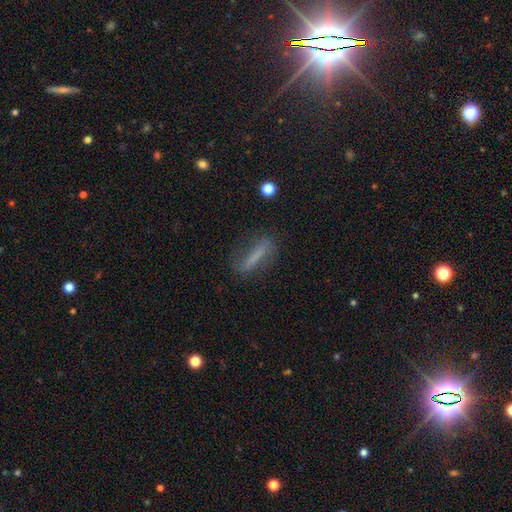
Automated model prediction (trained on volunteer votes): smooth-or-featured: smooth: 54% | featured or disk: 34% | star or artifact: 13%
  how-rounded: cigar-shaped: 79% | in between: 18% | round: 3%
  merging: none: 71% | minor disturbance: 18% | major disturbance: 9% | merger: 2%